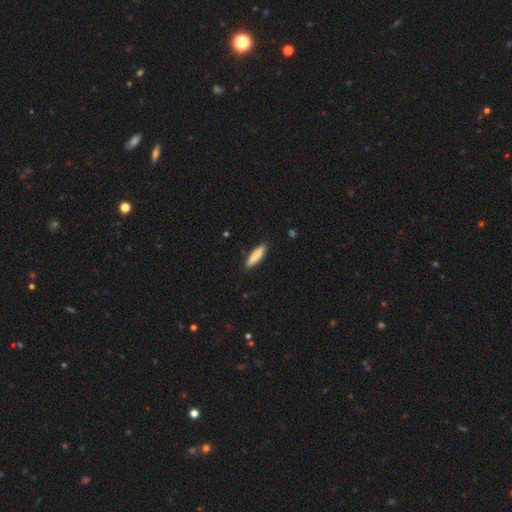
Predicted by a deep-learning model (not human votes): smooth_or_featured: smooth (p=0.83) [alt: featured or disk p=0.11]
how_rounded: cigar-shaped (p=0.70) [alt: in between p=0.29]
merging: none (p=0.88) [alt: minor disturbance p=0.09]